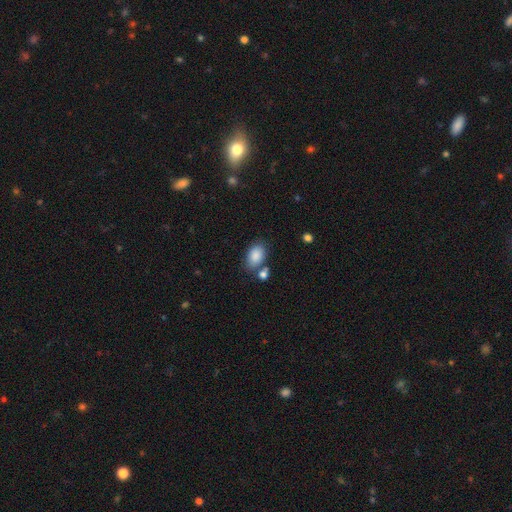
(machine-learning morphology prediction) Smooth or featured: smooth — 86% (star or artifact — 8%)
How rounded: in between — 87% (round — 12%)
Merging: none — 65% (merger — 15%)